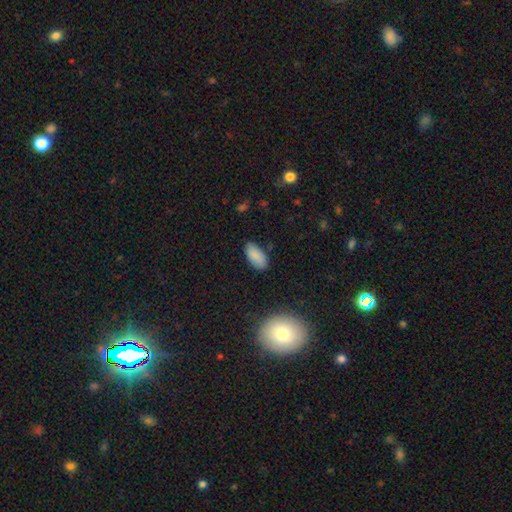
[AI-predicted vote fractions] This is clearly a smooth galaxy (86%). How rounded: clearly in between (93%). Merging: clearly none (81%).